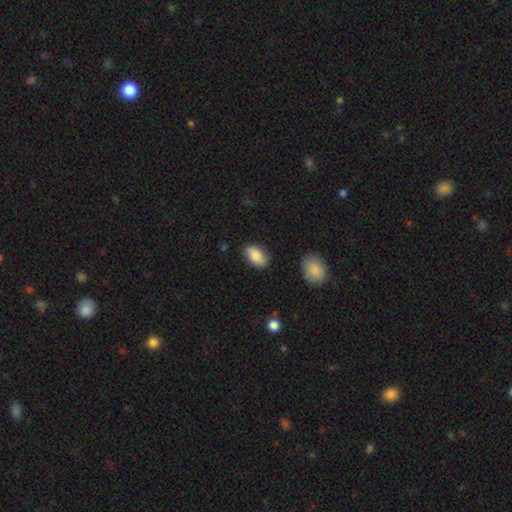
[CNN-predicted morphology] This is clearly a smooth galaxy (84%). How rounded: clearly in between (93%). Merging: clearly none (82%).